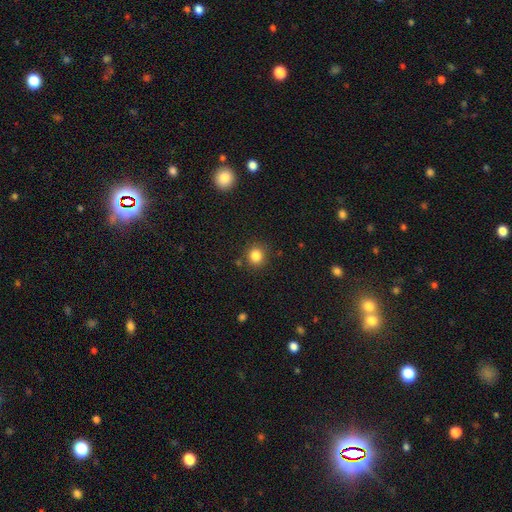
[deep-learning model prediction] Overall: smooth (83%). How rounded: round (89%). Merging: none (85%).